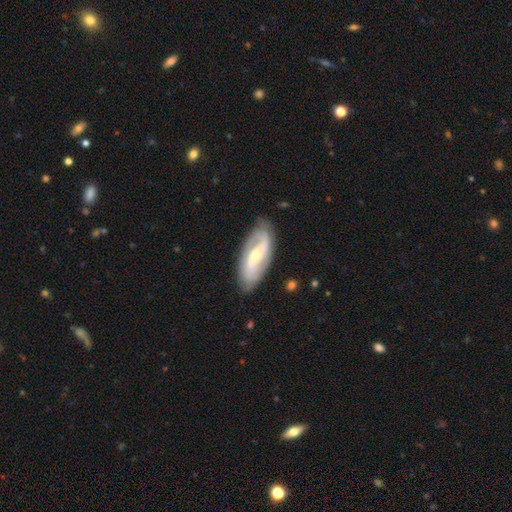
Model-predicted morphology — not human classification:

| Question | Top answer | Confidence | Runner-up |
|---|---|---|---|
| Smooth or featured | featured or disk | 82% | smooth (13%) |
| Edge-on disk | no | 92% | yes (8%) |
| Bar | strong | 39% | weak (36%) |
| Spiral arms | yes | 91% | no (9%) |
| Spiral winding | loose | 40% | medium (37%) |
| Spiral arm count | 2 | 87% | can't tell (7%) |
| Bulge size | small | 54% | moderate (43%) |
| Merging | none | 83% | minor disturbance (13%) |